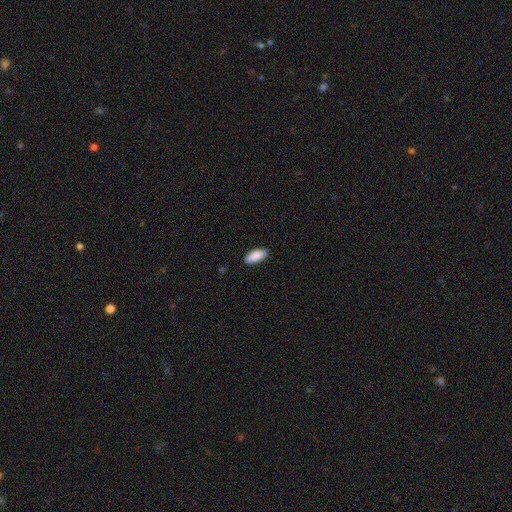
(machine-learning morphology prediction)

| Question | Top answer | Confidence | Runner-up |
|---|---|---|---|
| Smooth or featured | smooth | 89% | star or artifact (6%) |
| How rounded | in between | 87% | cigar-shaped (11%) |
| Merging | none | 88% | minor disturbance (10%) |